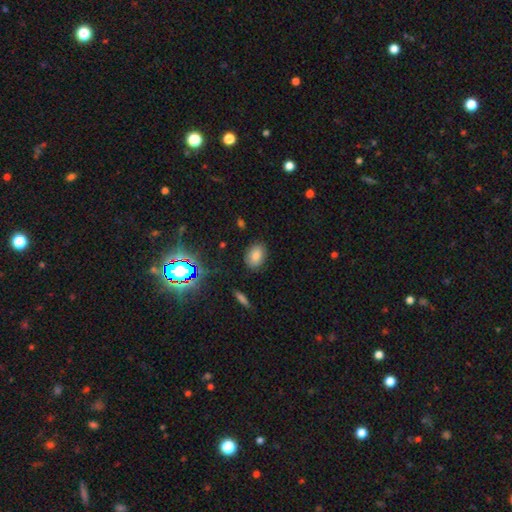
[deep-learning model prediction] Overall: smooth (76%). How rounded: in between (78%). Merging: none (84%).